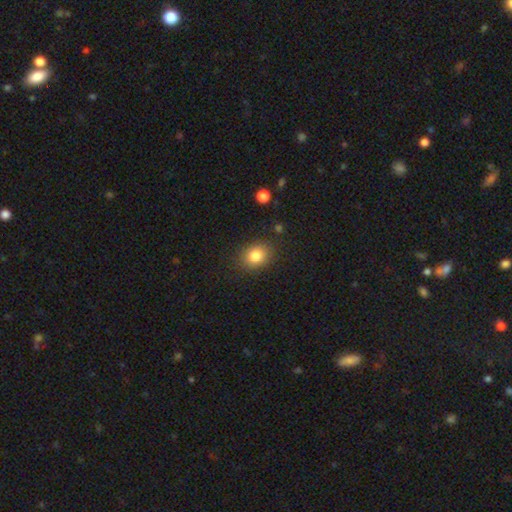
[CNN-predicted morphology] A smooth galaxy with no disk features (83%) that is round (53%). Merging: none (85%).